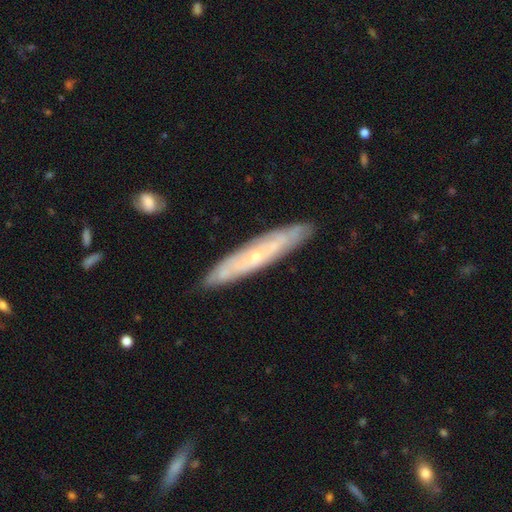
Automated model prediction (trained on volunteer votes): smooth-or-featured: featured or disk: 65% | smooth: 28% | star or artifact: 7%
  disk-edge-on: yes: 56% | no: 44%
  merging: none: 86% | minor disturbance: 11% | major disturbance: 2% | merger: 1%